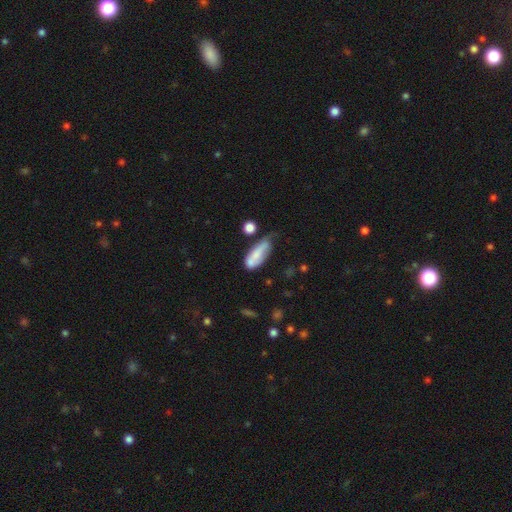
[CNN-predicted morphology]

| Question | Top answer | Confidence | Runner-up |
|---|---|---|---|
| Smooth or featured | smooth | 65% | featured or disk (27%) |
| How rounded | in between | 71% | cigar-shaped (26%) |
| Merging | minor disturbance | 37% | none (28%) |